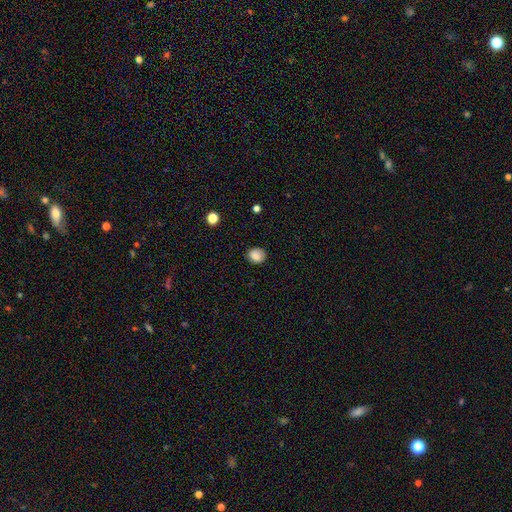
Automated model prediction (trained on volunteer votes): Smooth or featured? Predicted: smooth (p=0.85). How rounded? Predicted: round (p=0.70). Merging? Predicted: none (p=0.82).